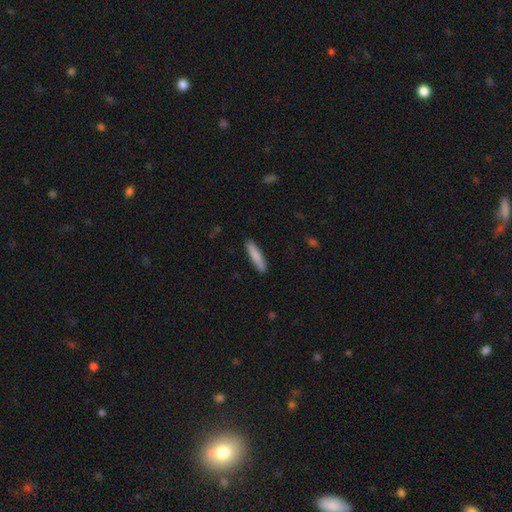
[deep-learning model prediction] Q: Smooth or featured?
A: smooth (83%); runner-up: featured or disk (12%)
Q: How rounded?
A: cigar-shaped (85%); runner-up: in between (14%)
Q: Merging?
A: none (89%); runner-up: minor disturbance (8%)